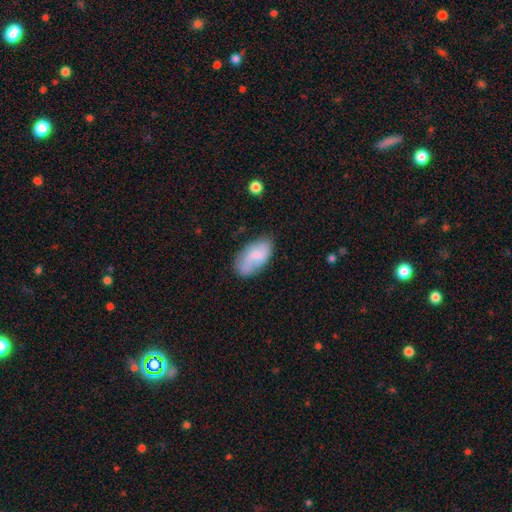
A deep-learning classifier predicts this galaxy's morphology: The model was most divided on "smooth or featured": smooth: 61%, featured or disk: 32%, star or artifact: 7%. More confident: how rounded — in between (94%); merging — none (66%).